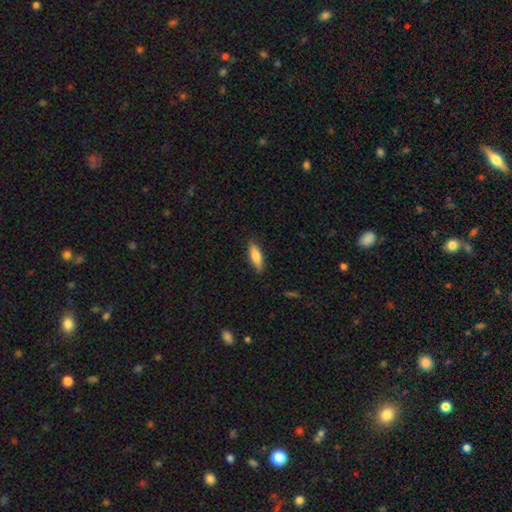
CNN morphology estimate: This is likely a smooth galaxy (79%). How rounded: possibly in between (51%). Merging: clearly none (86%).